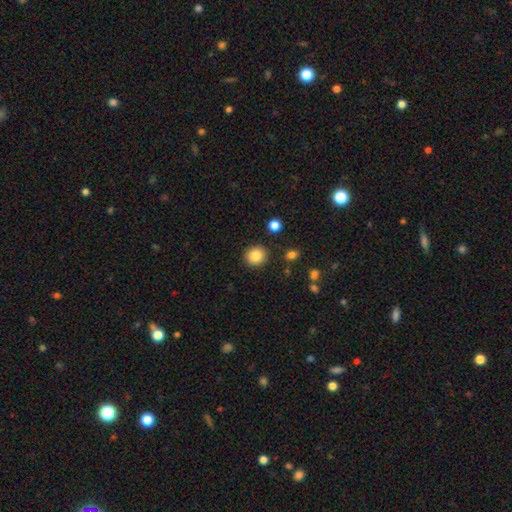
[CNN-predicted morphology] Q: Smooth or featured?
A: smooth (85%); runner-up: star or artifact (9%)
Q: How rounded?
A: round (84%); runner-up: in between (15%)
Q: Merging?
A: none (89%); runner-up: minor disturbance (7%)